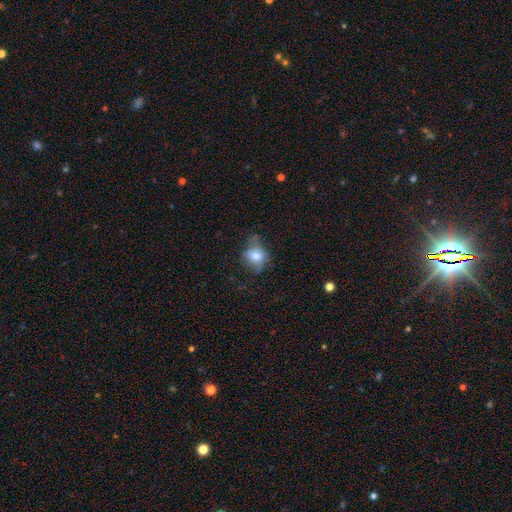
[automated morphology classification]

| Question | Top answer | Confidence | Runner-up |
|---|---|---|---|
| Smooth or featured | smooth | 71% | featured or disk (19%) |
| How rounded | round | 50% | in between (49%) |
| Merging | none | 51% | minor disturbance (30%) |